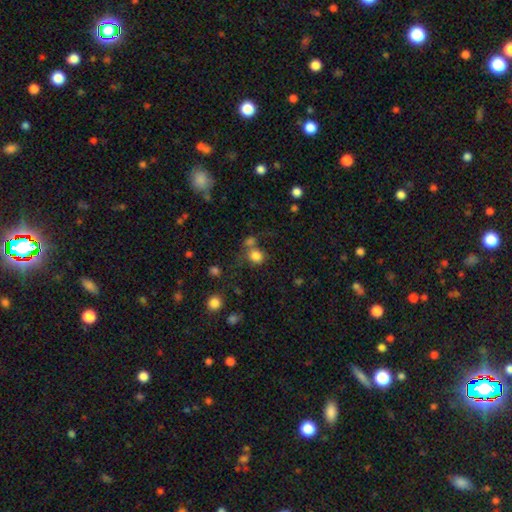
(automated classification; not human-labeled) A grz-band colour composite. It shows a smooth galaxy with no disk features (81%) that is round (81%). Merging: none (56%).